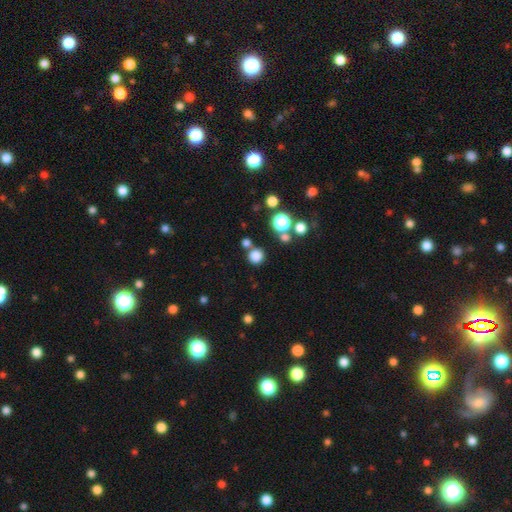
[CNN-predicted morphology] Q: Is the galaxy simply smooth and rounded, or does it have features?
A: smooth — 79%.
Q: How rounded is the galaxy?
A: round — 92%.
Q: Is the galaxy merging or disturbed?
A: none — 76%.